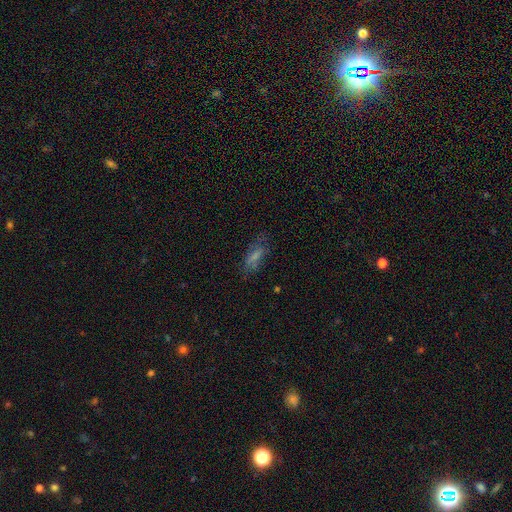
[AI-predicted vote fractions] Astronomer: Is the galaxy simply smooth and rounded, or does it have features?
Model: smooth — 48% (runner-up: featured or disk, 31%).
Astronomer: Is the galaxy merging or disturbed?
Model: none — 70%.